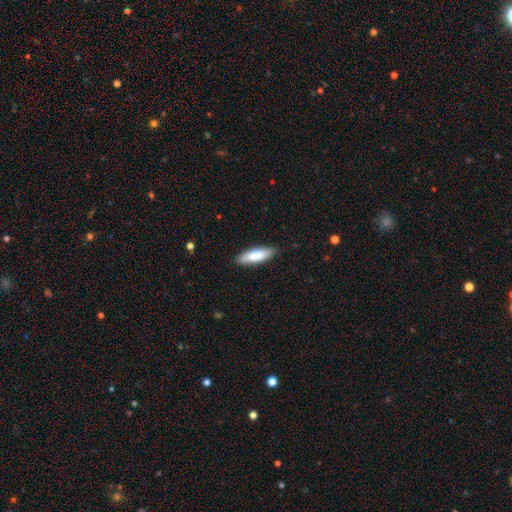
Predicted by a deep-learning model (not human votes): This appears to be a smooth galaxy with no disk features (80%) that is in between round and cigar-shaped (55%). Merging: none (85%).